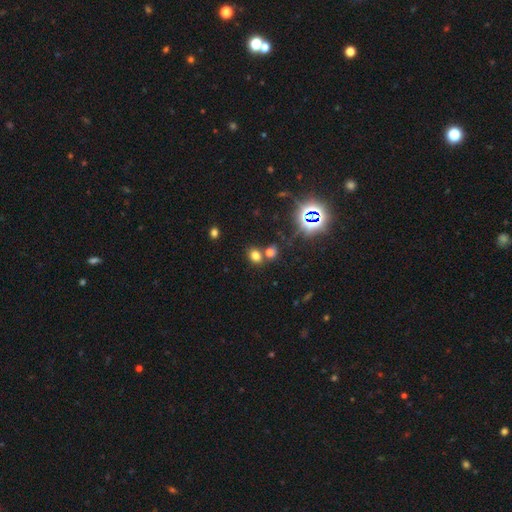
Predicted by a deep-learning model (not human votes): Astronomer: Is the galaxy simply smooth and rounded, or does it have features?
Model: smooth — 66%.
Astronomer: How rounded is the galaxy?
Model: in between — 50% (runner-up: round, 49%).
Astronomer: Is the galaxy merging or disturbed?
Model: none — 60%.